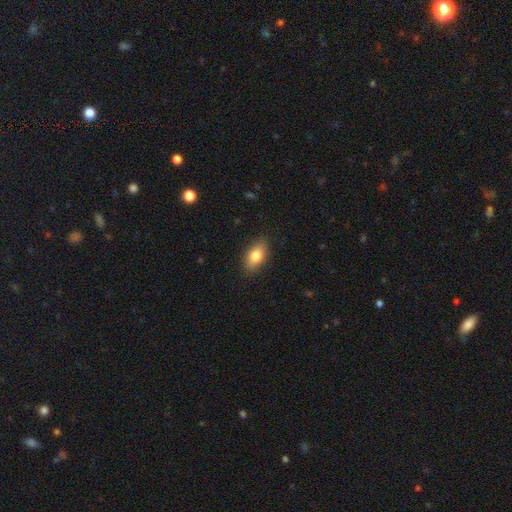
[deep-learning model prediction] Smooth or featured? Predicted: smooth (p=0.80). How rounded? Predicted: in between (p=0.88). Merging? Predicted: none (p=0.87).